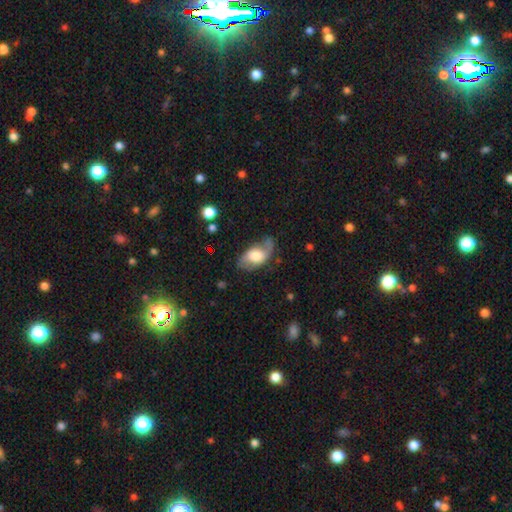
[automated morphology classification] A featured or disk galaxy (46%, tied with smooth). Merging: none (54%).